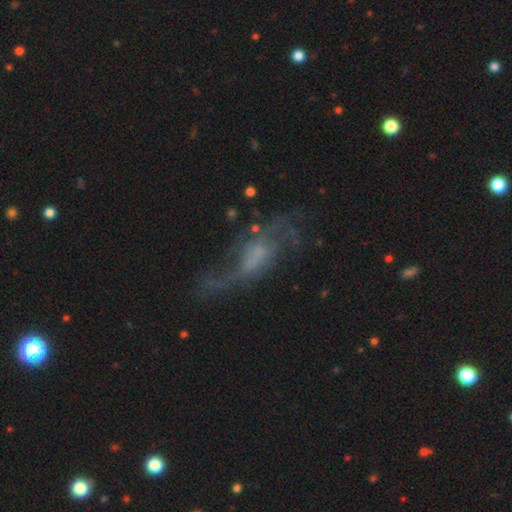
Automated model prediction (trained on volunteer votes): Morphology: type=featured or disk (71%); edge-on=no (91%); bar=no (56%); spiral arms=yes (79%); winding=loose (72%); arm count=2 (63%); bulge=none (41%); merging=none (45%).